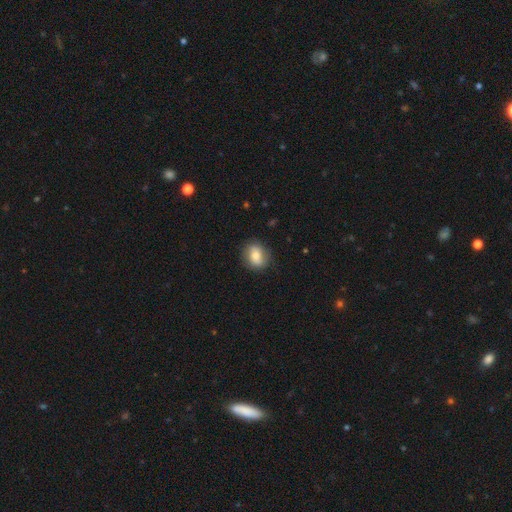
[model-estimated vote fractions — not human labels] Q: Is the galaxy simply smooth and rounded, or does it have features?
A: smooth — 76%.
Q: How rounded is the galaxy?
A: in between — 50%.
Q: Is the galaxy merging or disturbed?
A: none — 82%.